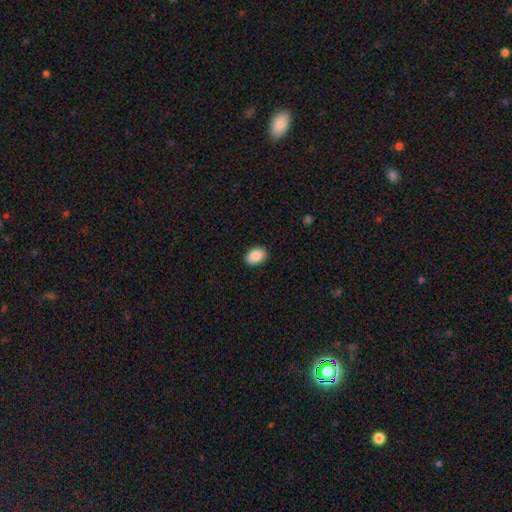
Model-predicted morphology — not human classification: Overall: smooth (90%). How rounded: in between (82%). Merging: none (89%).